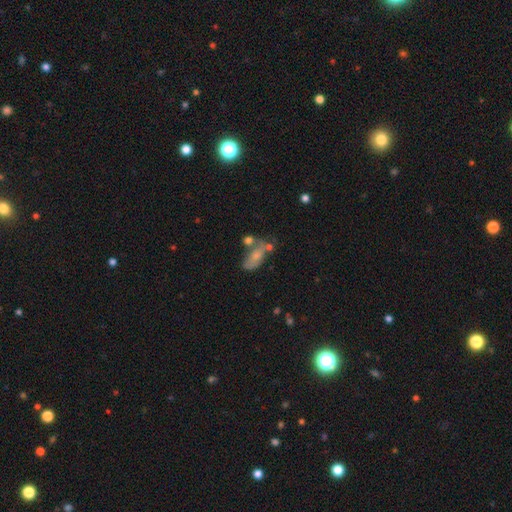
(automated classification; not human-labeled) Smooth or featured: smooth — 60% (featured or disk — 29%)
How rounded: in between — 85% (cigar-shaped — 9%)
Merging: merger — 31% (none — 29%)